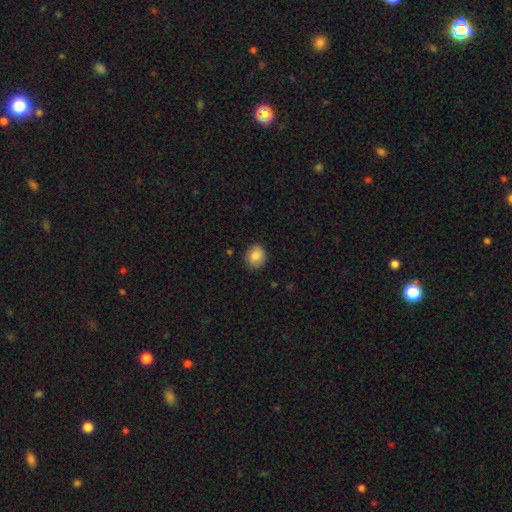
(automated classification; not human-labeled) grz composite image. It shows a smooth galaxy with no disk features (85%) that is round (67%). Merging: none (84%).